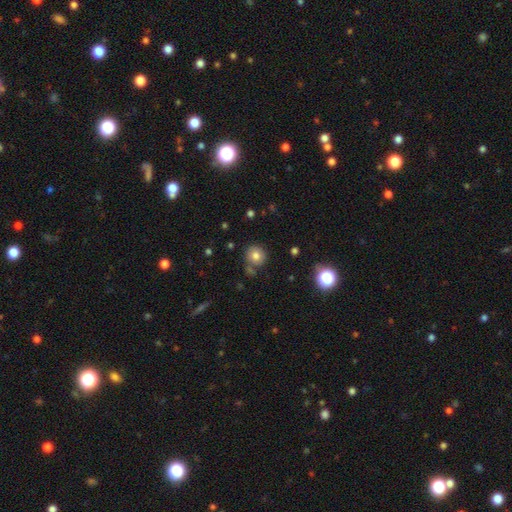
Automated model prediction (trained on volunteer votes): smooth_or_featured: smooth (p=0.77) [alt: star or artifact p=0.13]
how_rounded: round (p=0.91) [alt: in between p=0.08]
merging: none (p=0.76) [alt: minor disturbance p=0.12]